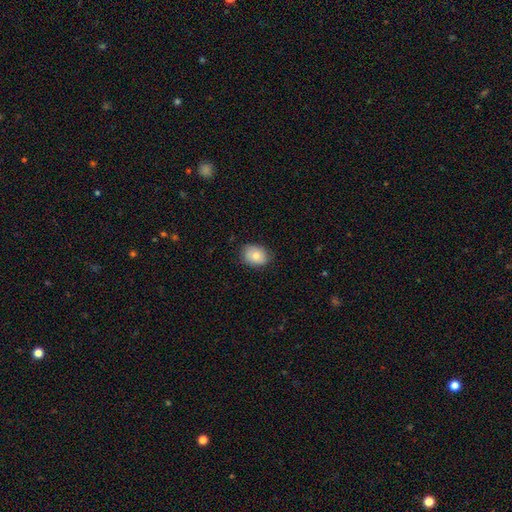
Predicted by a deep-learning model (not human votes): Overall: smooth (79%). How rounded: in between (57%; round 42%). Merging: none (81%).